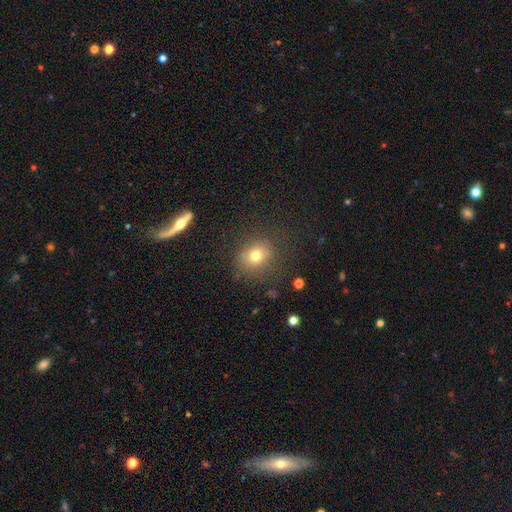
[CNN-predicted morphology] A smooth galaxy with no disk features (76%) that is round (72%).

Vote fractions:
- Smooth or featured? smooth: 76% / star or artifact: 14% / featured or disk: 10%
- How rounded? round: 72% / in between: 27% / cigar-shaped: 1%
- Merging? none: 78% / minor disturbance: 14% / major disturbance: 6% / merger: 2%